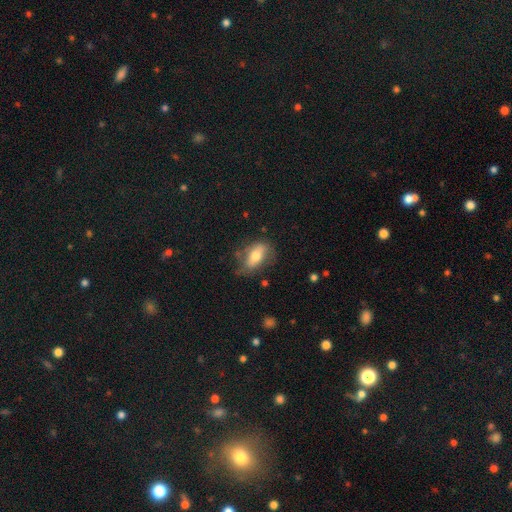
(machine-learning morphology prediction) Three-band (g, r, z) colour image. It shows a smooth galaxy with no disk features (60%) that is in between round and cigar-shaped (83%). Merging: none (61%).